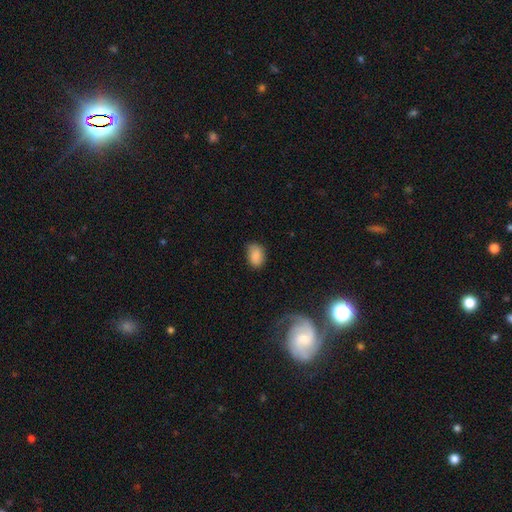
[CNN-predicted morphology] The model was most divided on "merging": none: 70%, minor disturbance: 25%, major disturbance: 4%, merger: 1%. More confident: smooth or featured — smooth (86%); how rounded — in between (78%).